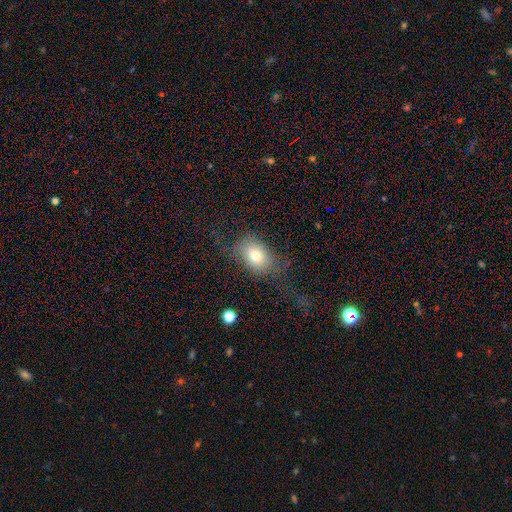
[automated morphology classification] A smooth galaxy with no disk features (73%) that is in between round and cigar-shaped (72%). Merging: none (55%).